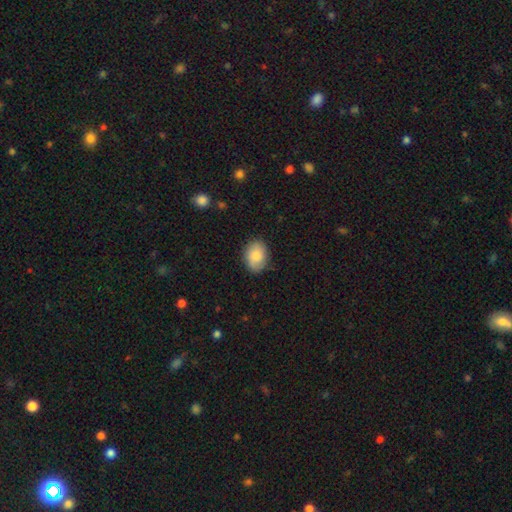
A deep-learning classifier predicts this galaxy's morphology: The model was most divided on "how rounded": in between: 75%, round: 24%, cigar-shaped: 1%. More confident: smooth or featured — smooth (84%); merging — none (83%).